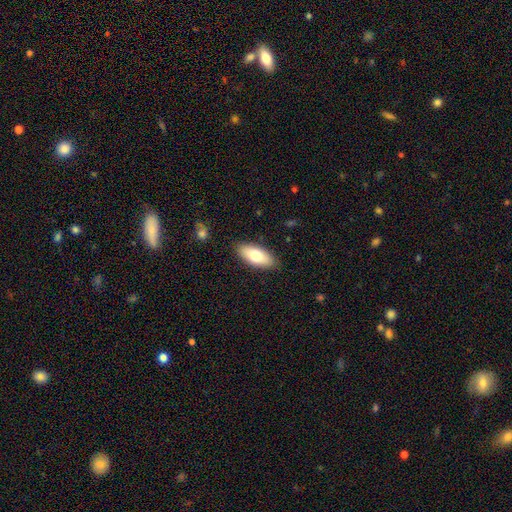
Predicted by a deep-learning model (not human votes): This is likely a smooth galaxy (74%). How rounded: clearly in between (85%). Merging: clearly none (87%).